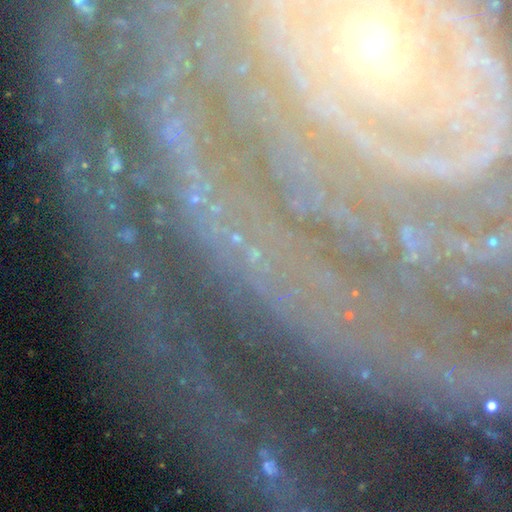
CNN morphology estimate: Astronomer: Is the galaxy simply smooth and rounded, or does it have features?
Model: star or artifact — 59%.